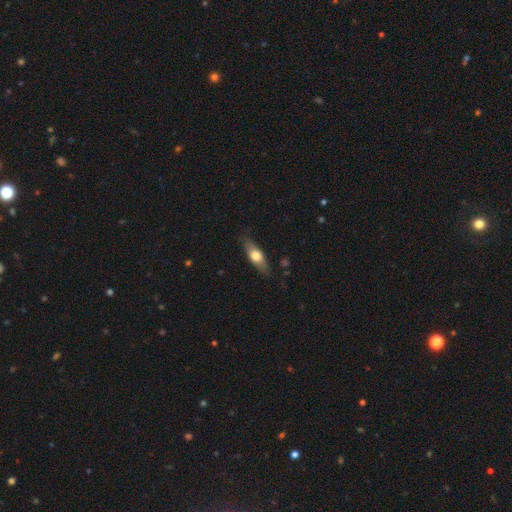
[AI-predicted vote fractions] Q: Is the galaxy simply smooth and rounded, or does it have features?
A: smooth — 60%.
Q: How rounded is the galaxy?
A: in between — 61%.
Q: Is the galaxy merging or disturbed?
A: none — 80%.